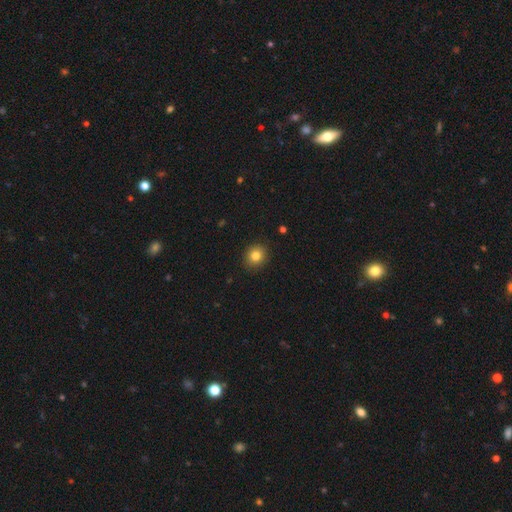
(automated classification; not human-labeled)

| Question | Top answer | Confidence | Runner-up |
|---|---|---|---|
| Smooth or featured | smooth | 83% | star or artifact (11%) |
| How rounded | round | 79% | in between (20%) |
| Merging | none | 89% | minor disturbance (8%) |